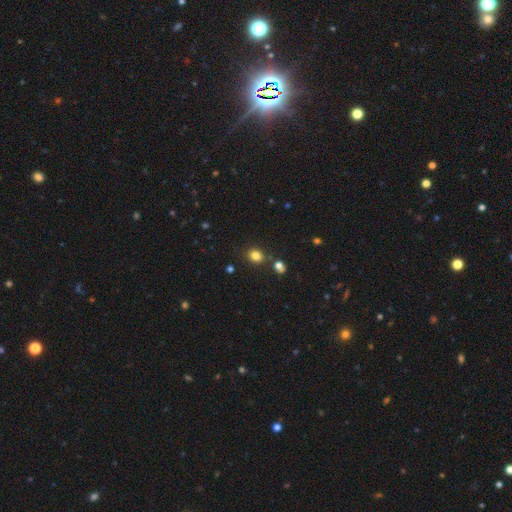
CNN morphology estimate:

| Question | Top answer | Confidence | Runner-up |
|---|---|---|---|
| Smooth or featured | smooth | 80% | star or artifact (14%) |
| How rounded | round | 60% | in between (39%) |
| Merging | none | 76% | minor disturbance (11%) |